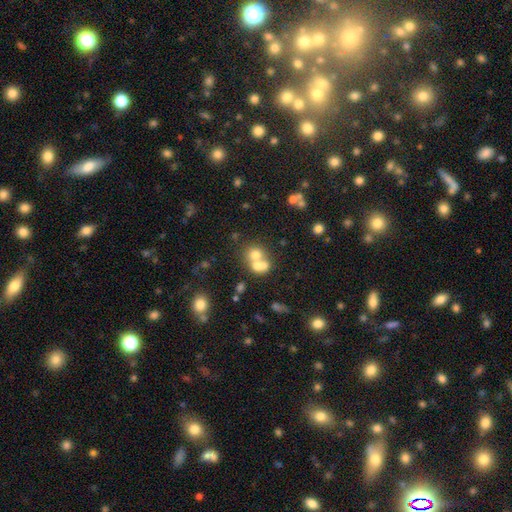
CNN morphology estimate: A smooth galaxy with no disk features (63%) that is round (74%).

Vote fractions:
- Smooth or featured? smooth: 63% / featured or disk: 22% / star or artifact: 15%
- How rounded? round: 74% / in between: 25% / cigar-shaped: 1%
- Merging? merger: 60% / none: 30% / minor disturbance: 6% / major disturbance: 4%